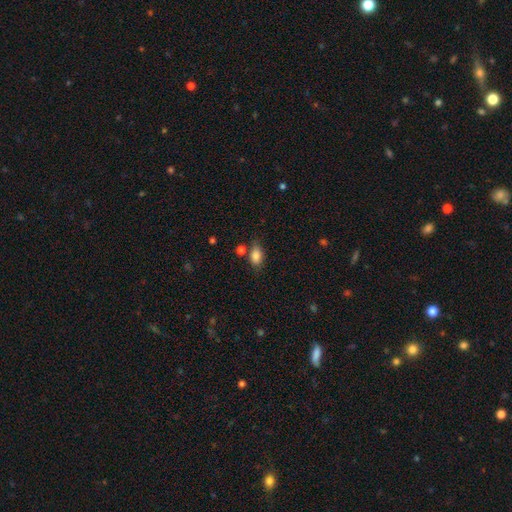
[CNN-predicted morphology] Smooth or featured?
  - smooth: 86% *
  - star or artifact: 9%
  - featured or disk: 5%
How rounded?
  - in between: 85% *
  - round: 12%
  - cigar-shaped: 3%
Merging?
  - none: 67% *
  - minor disturbance: 18%
  - merger: 10%
  - major disturbance: 5%